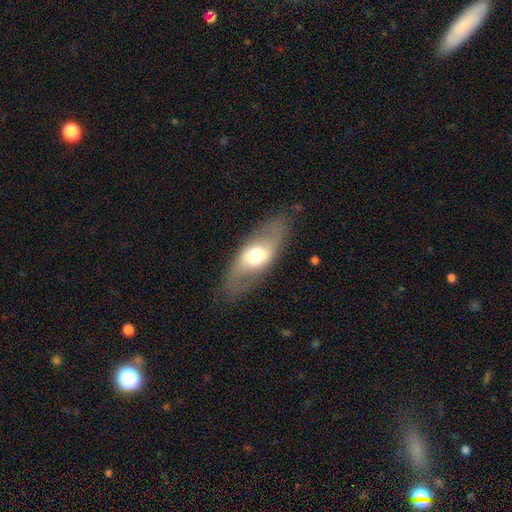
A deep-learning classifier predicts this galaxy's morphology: smooth-or-featured: featured or disk: 47% | smooth: 46% | star or artifact: 7%
  merging: none: 80% | minor disturbance: 13% | major disturbance: 6% | merger: 1%